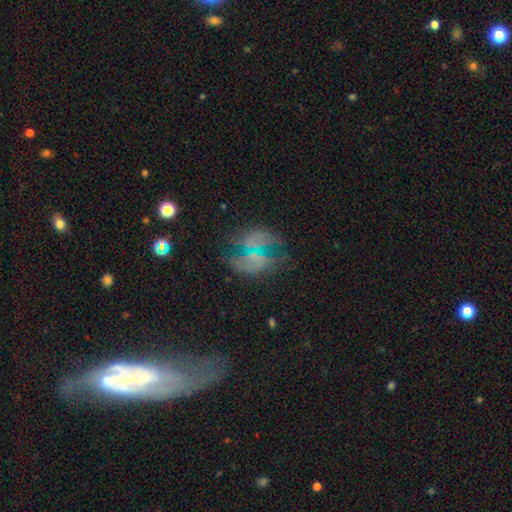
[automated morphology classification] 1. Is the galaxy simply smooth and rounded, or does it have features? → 61% featured or disk, 23% smooth, 16% star or artifact.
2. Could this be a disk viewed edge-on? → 96% no, 4% yes.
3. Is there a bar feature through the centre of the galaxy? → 54% no, 33% weak, 13% strong.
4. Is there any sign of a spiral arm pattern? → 75% yes, 25% no.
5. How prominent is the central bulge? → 43% small, 40% none, 13% moderate, 3% large, 2% dominant.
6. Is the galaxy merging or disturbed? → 40% none, 21% major disturbance, 21% merger, 19% minor disturbance.